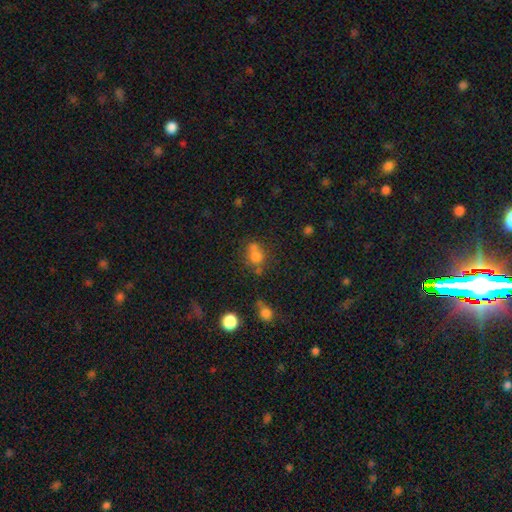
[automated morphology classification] Overall: smooth (69%). How rounded: round (58%; in between 40%). Merging: none (43%; merger 33%).